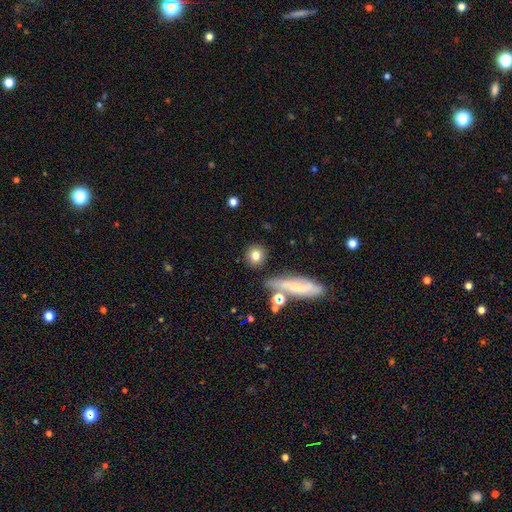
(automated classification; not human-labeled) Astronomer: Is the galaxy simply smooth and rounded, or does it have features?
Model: smooth — 79%.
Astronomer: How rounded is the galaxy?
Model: round — 84%.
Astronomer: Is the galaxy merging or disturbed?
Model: none — 83%.